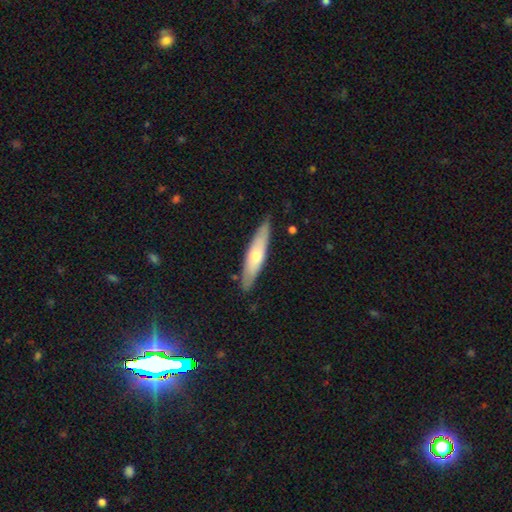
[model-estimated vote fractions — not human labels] Q: Smooth or featured?
A: smooth (54%); runner-up: featured or disk (41%)
Q: How rounded?
A: cigar-shaped (79%); runner-up: in between (19%)
Q: Merging?
A: none (86%); runner-up: minor disturbance (11%)